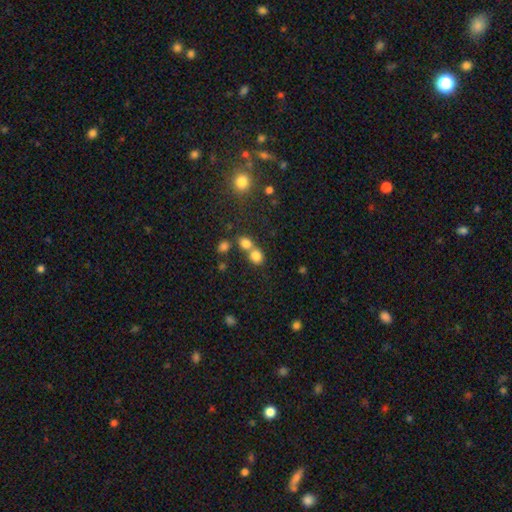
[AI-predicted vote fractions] smooth-or-featured: smooth: 78% | star or artifact: 14% | featured or disk: 8%
  how-rounded: round: 78% | in between: 21% | cigar-shaped: 1%
  merging: merger: 48% | none: 42% | minor disturbance: 6% | major disturbance: 3%